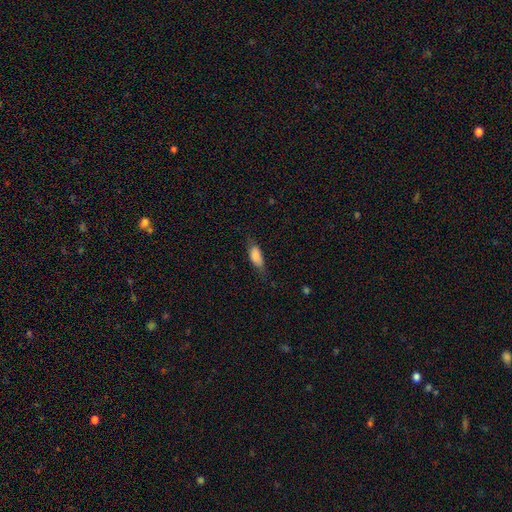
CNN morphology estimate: Smooth or featured? smooth (79%)
How rounded? in between (76%)
Merging? none (59%)